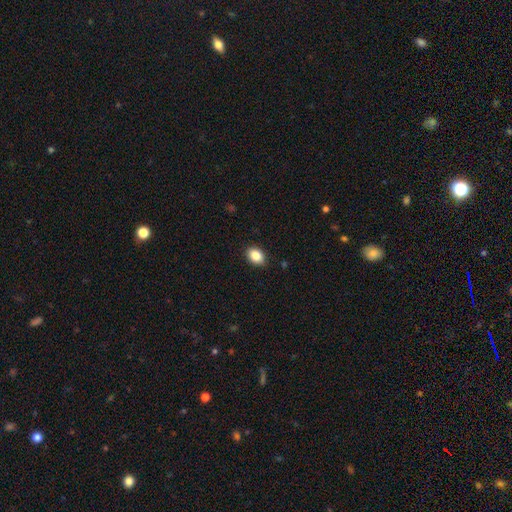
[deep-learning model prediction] smooth-or-featured: smooth: 86% | star or artifact: 8% | featured or disk: 5%
  how-rounded: in between: 77% | round: 22% | cigar-shaped: 1%
  merging: none: 89% | minor disturbance: 8% | major disturbance: 2% | merger: 1%